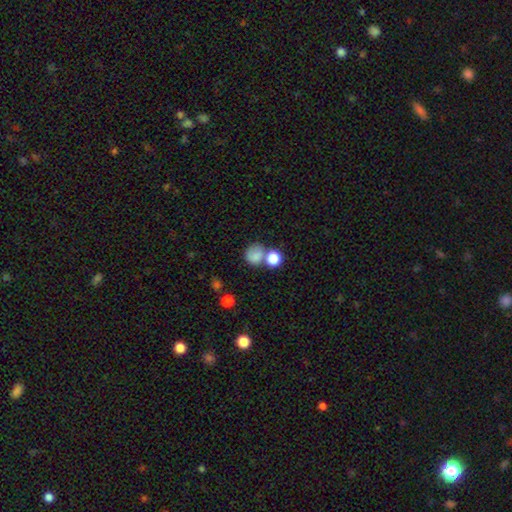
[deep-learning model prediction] smooth_or_featured: smooth (p=0.79) [alt: star or artifact p=0.12]
how_rounded: round (p=0.80) [alt: in between p=0.19]
merging: none (p=0.48) [alt: merger p=0.32]